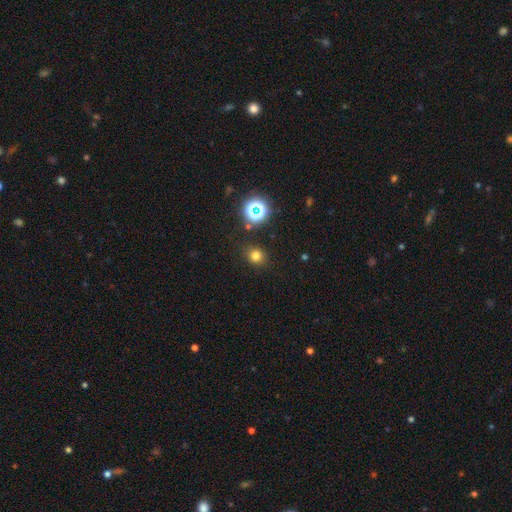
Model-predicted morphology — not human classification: The model was most divided on "smooth or featured": smooth: 74%, star or artifact: 20%, featured or disk: 6%. More confident: merging — none (86%); how rounded — round (80%).